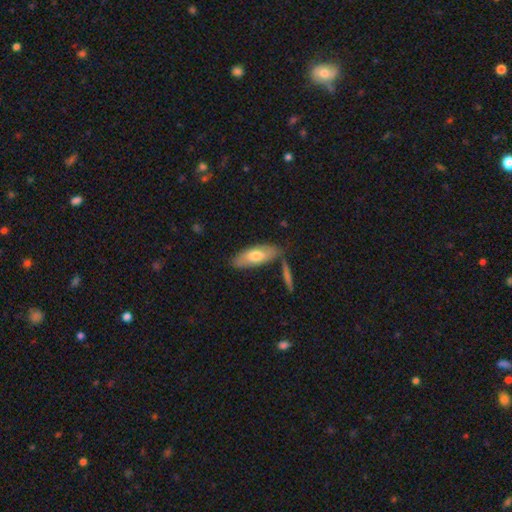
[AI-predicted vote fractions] Overall: smooth (66%; featured or disk 29%). How rounded: in between (72%). Merging: none (73%).